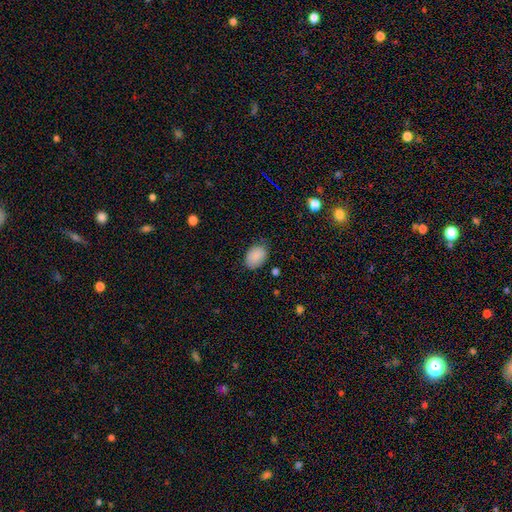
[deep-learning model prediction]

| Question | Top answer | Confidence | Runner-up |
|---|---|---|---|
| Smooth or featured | smooth | 88% | star or artifact (7%) |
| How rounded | in between | 84% | round (15%) |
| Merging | none | 75% | minor disturbance (20%) |